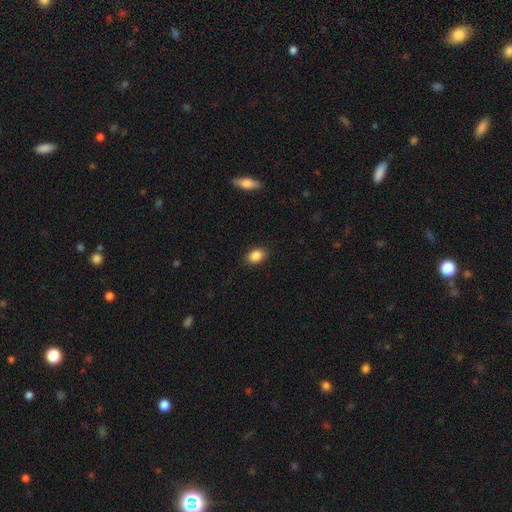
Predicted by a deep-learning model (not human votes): This is clearly a smooth galaxy (87%). How rounded: likely in between (75%). Merging: clearly none (88%).